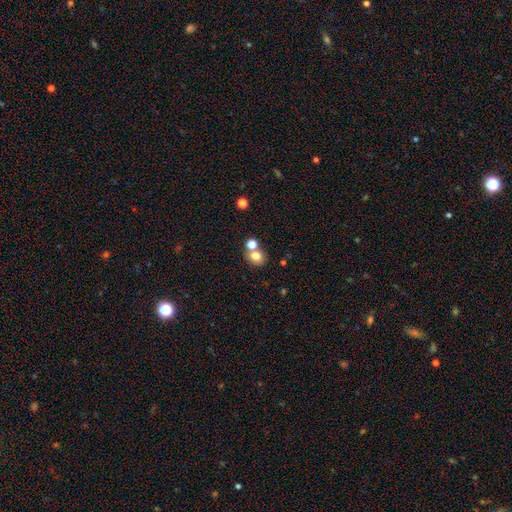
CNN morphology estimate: This appears to be a smooth galaxy with no disk features (76%) that is round (76%). Merging: none (58%).